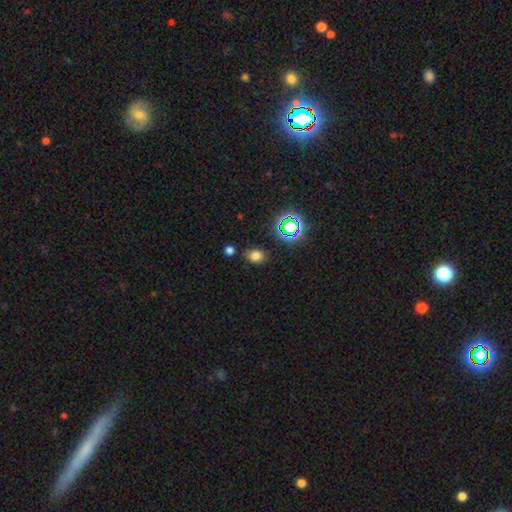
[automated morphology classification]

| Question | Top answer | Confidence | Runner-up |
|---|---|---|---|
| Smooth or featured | smooth | 73% | star or artifact (21%) |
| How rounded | in between | 57% | round (42%) |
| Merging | none | 80% | minor disturbance (12%) |